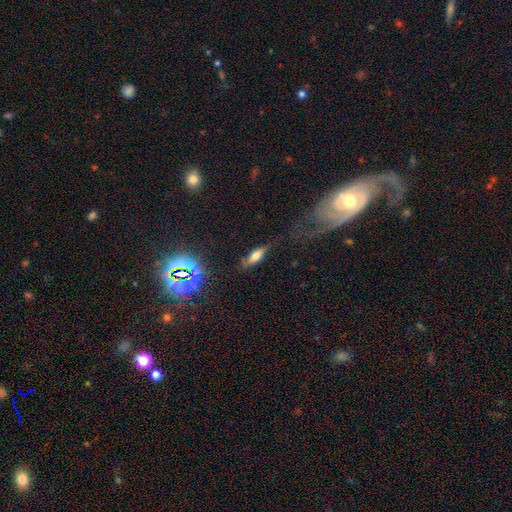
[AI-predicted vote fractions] A smooth galaxy with no disk features (57%) that is in between round and cigar-shaped (58%). Merging: none (71%).